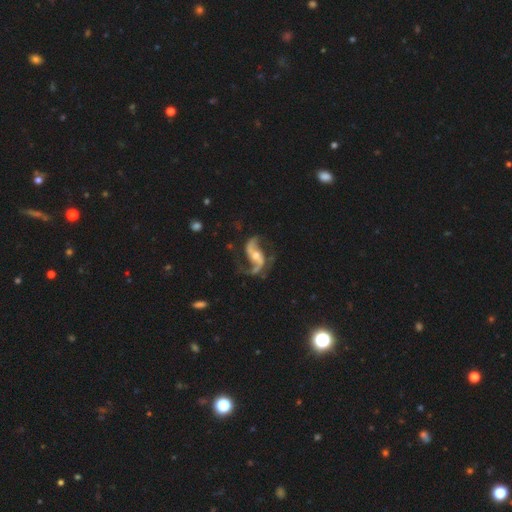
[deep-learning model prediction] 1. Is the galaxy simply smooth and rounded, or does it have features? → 91% featured or disk, 5% star or artifact, 4% smooth.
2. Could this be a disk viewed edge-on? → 97% no, 3% yes.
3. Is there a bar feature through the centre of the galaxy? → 39% no, 36% weak, 26% strong.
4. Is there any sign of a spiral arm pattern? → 97% yes, 3% no.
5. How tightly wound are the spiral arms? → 65% loose, 29% medium, 6% tight.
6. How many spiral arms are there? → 92% 2, 2% 1, 2% can't tell, 2% 3, 1% 4, 1% more than 4.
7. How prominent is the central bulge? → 54% moderate, 39% small, 4% large, 2% none, 1% dominant.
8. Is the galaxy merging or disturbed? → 68% none, 16% minor disturbance, 13% major disturbance, 3% merger.